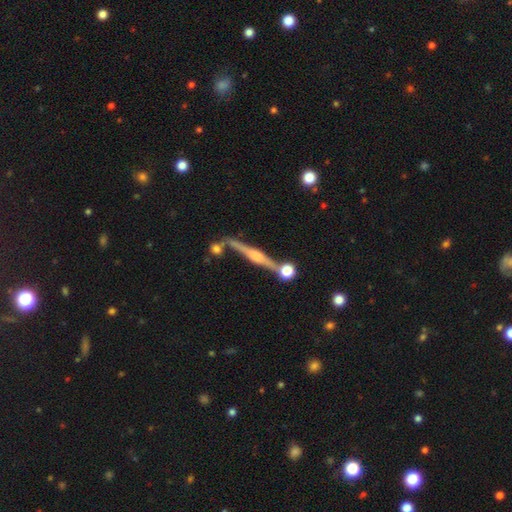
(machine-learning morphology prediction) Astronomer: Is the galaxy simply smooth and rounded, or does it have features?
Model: featured or disk — 80%.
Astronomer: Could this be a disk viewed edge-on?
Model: yes — 97%.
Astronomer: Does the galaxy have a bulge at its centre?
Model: rounded — 75%.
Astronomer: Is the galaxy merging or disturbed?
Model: none — 77%.